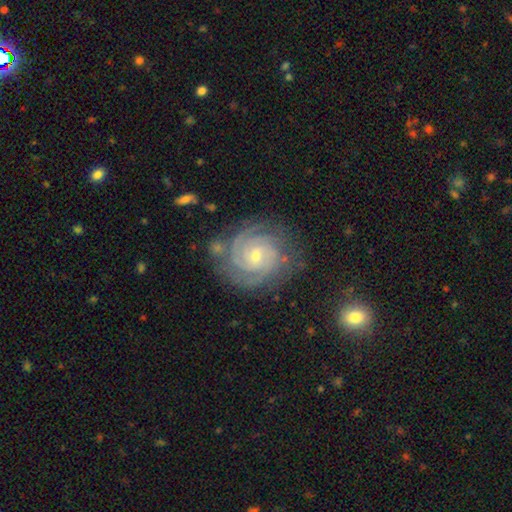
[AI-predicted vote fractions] Overall: featured or disk (90%). Edge-on disk: no (98%). Bar: no (60%; weak 31%). Spiral arms: yes (98%). Spiral arm count: 3 (38%; 2 21%). Spiral winding: tight (82%). Bulge size: small (65%; moderate 33%). Merging: none (78%).